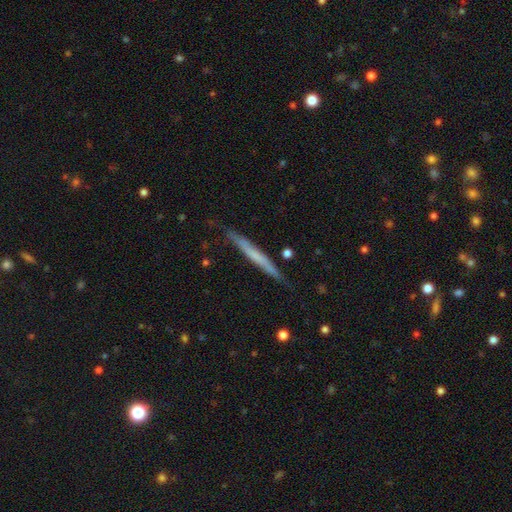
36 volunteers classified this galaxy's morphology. A smooth galaxy with no disk features (53%) that is cigar-shaped (100%).

Vote fractions:
- Smooth or featured? smooth: 53% / featured or disk: 44% / star or artifact: 3%
- How rounded? cigar-shaped: 100% / round: 0% / in between: 0%
- Merging? none: 77% / minor disturbance: 17% / major disturbance: 6% / merger: 0%